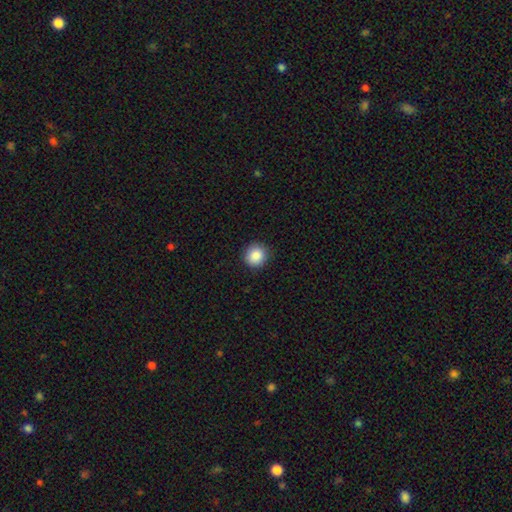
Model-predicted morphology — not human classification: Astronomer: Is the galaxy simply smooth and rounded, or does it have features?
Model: smooth — 88%.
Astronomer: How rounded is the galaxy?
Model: round — 93%.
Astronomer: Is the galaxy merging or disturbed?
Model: none — 90%.